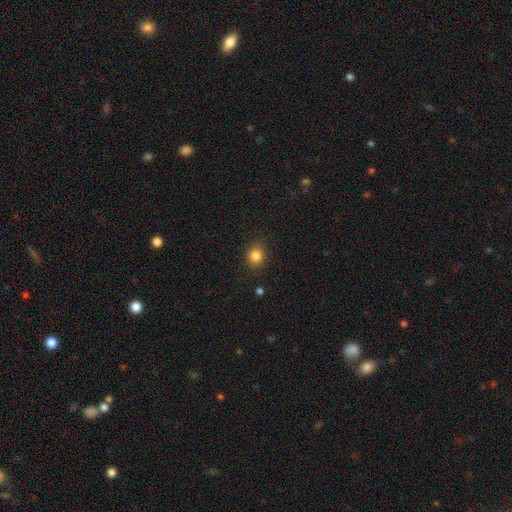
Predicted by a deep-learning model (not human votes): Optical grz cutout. It shows a smooth galaxy with no disk features (84%) that is round (80%). Merging: none (89%).